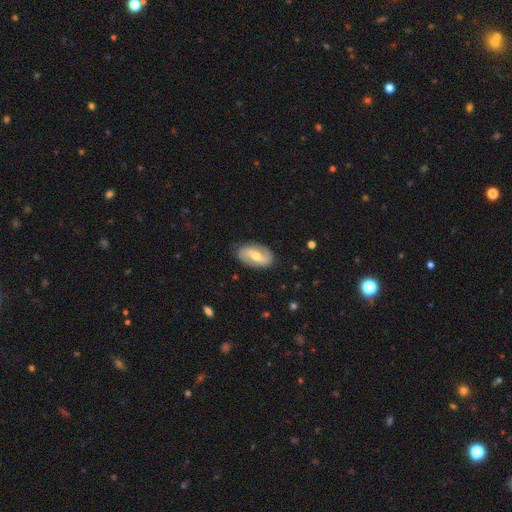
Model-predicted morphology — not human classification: Overall: featured or disk (77%). Edge-on disk: no (96%). Bar: weak (43%; strong 31%). Spiral arms: yes (91%). Spiral arm count: 2 (91%). Spiral winding: loose (48%; medium 36%). Bulge size: moderate (61%; small 33%). Merging: none (84%).